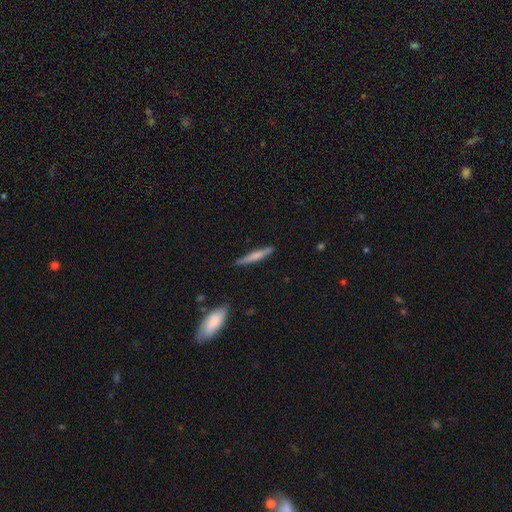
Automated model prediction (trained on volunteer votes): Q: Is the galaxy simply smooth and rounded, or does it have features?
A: smooth — 65%.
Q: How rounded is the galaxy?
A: cigar-shaped — 94%.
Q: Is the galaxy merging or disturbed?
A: none — 85%.